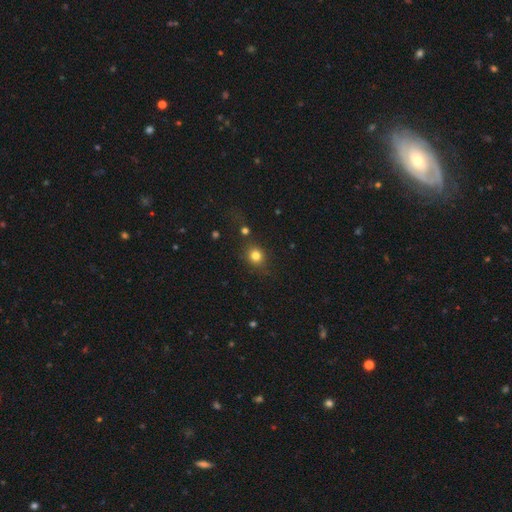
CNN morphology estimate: smooth_or_featured: smooth (p=0.80) [alt: star or artifact p=0.13]
how_rounded: round (p=0.78) [alt: in between p=0.21]
merging: none (p=0.75) [alt: minor disturbance p=0.13]